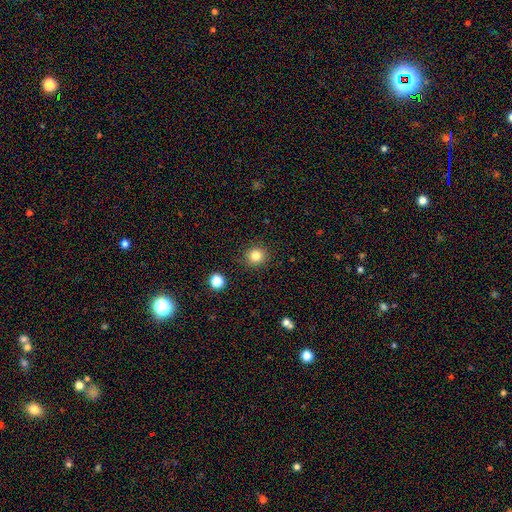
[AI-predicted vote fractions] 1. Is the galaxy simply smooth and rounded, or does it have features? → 82% smooth, 12% star or artifact, 6% featured or disk.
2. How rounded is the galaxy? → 90% round, 10% in between, 1% cigar-shaped.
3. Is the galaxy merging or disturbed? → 89% none, 7% minor disturbance, 2% major disturbance, 2% merger.